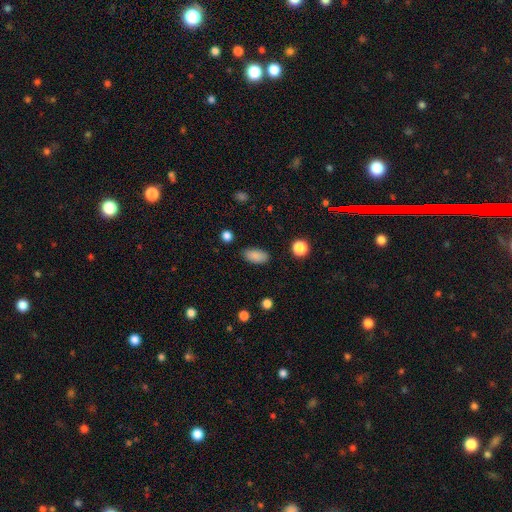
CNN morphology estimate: smooth_or_featured: smooth (p=0.87) [alt: star or artifact p=0.08]
how_rounded: in between (p=0.91) [alt: cigar-shaped p=0.05]
merging: none (p=0.86) [alt: minor disturbance p=0.09]